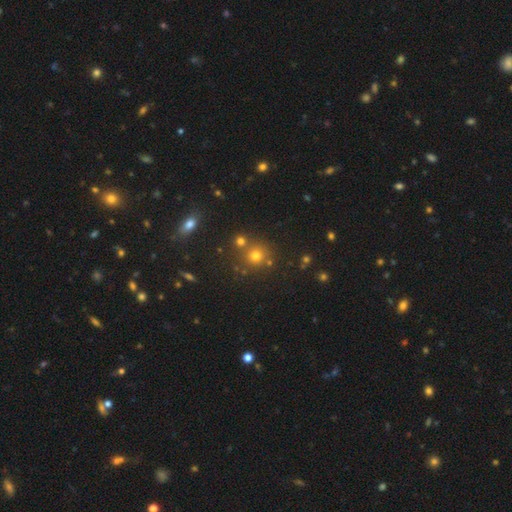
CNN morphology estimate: Q: Smooth or featured?
A: smooth (67%); runner-up: star or artifact (24%)
Q: How rounded?
A: round (90%); runner-up: in between (9%)
Q: Merging?
A: none (73%); runner-up: merger (15%)